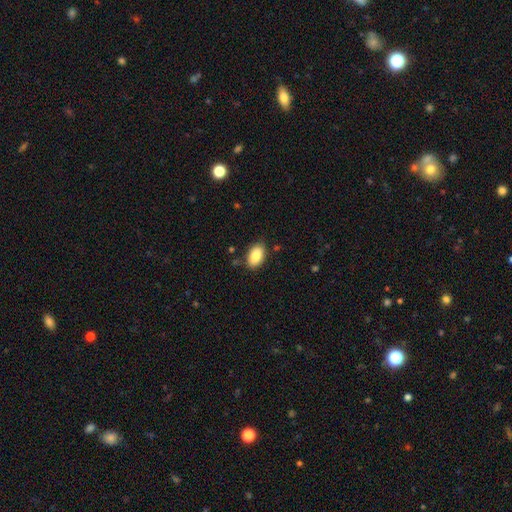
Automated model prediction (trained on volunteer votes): Smooth or featured? smooth (87%)
How rounded? in between (93%)
Merging? none (83%)